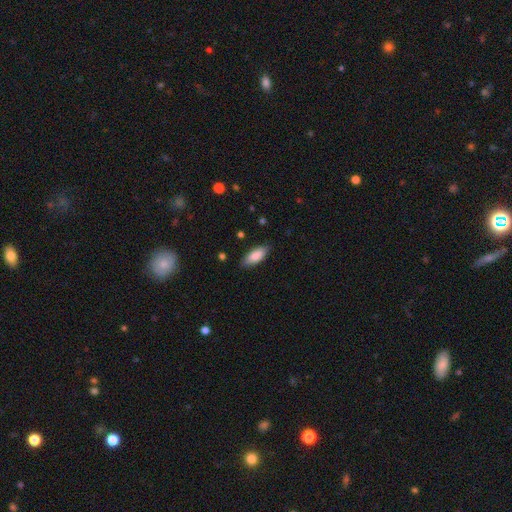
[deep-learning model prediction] Overall: smooth (86%). How rounded: in between (79%). Merging: none (85%).